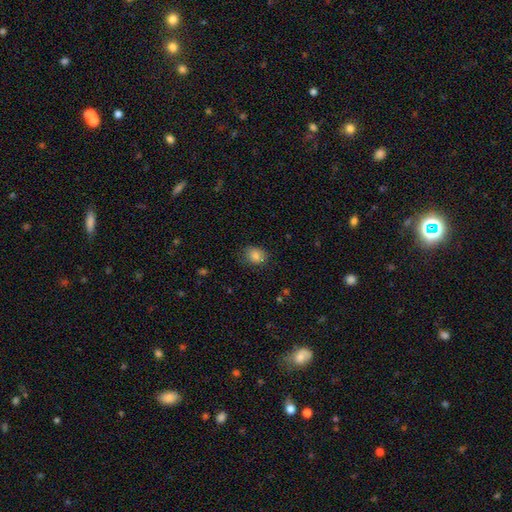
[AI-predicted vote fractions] This appears to be a smooth galaxy with no disk features (83%) that is in between round and cigar-shaped (54%). Merging: none (77%).